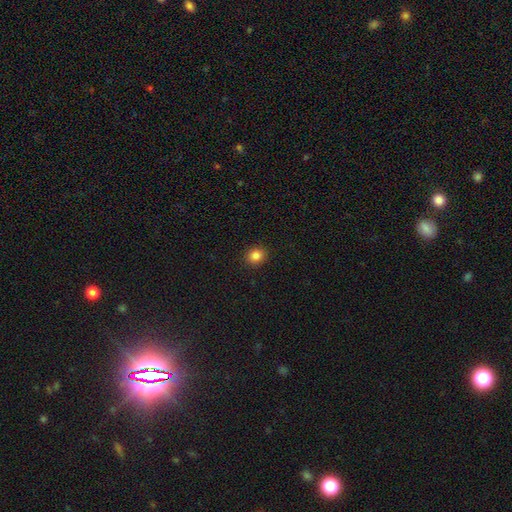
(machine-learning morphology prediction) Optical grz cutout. It shows a smooth galaxy with no disk features (84%) that is round (80%). Merging: none (92%).